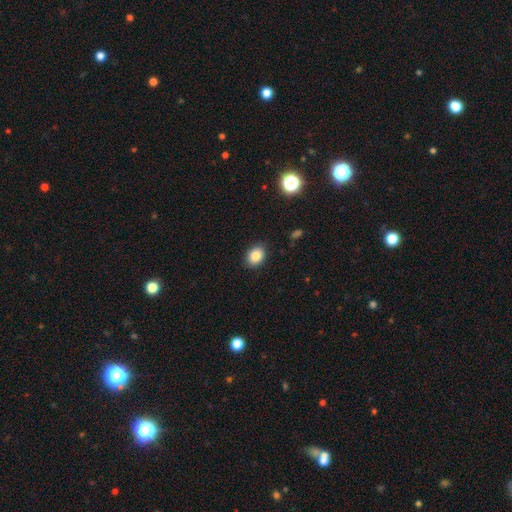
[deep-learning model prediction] Q: Smooth or featured?
A: smooth (86%); runner-up: star or artifact (9%)
Q: How rounded?
A: in between (67%); runner-up: round (32%)
Q: Merging?
A: none (86%); runner-up: minor disturbance (10%)